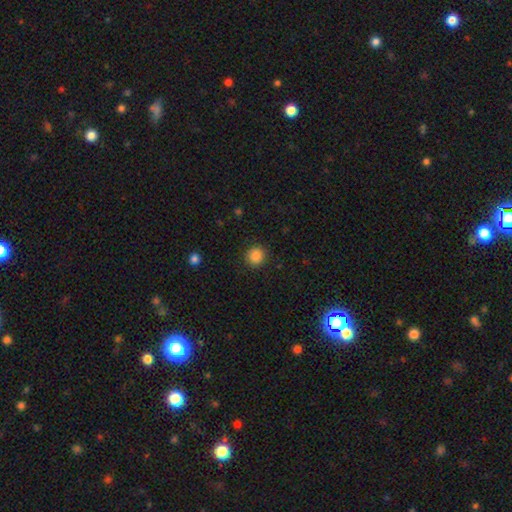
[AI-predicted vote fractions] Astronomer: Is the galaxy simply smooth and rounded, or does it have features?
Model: smooth — 87%.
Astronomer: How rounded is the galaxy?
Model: round — 88%.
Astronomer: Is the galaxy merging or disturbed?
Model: none — 90%.